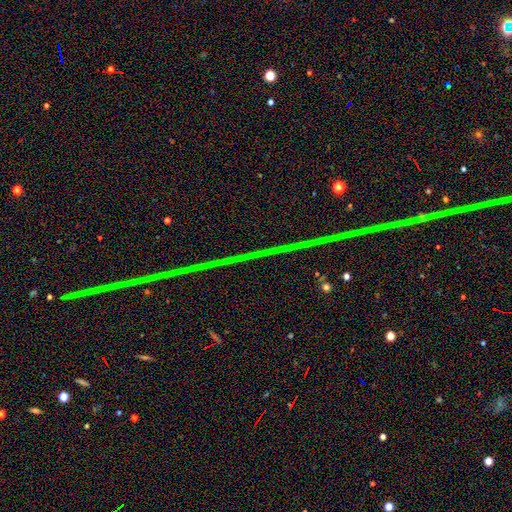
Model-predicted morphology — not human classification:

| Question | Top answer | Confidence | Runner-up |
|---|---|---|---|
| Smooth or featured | star or artifact | 89% | featured or disk (6%) |